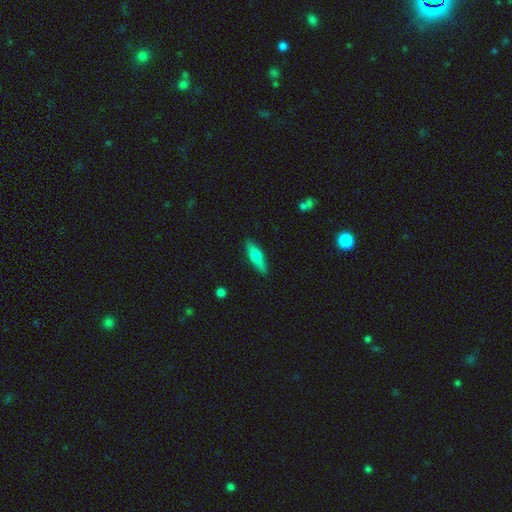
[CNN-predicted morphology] Overall: smooth (62%; featured or disk 32%). How rounded: cigar-shaped (56%; in between 42%). Merging: none (87%).